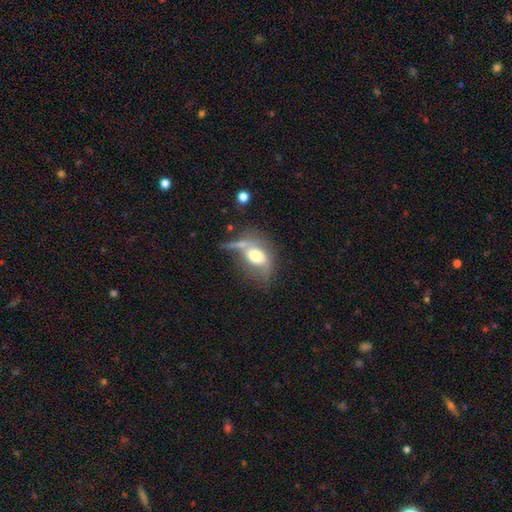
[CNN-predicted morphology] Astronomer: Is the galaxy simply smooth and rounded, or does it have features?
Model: smooth — 62%.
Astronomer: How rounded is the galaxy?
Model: in between — 72%.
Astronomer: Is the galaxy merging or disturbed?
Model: none — 32% (runner-up: merger, 27%).